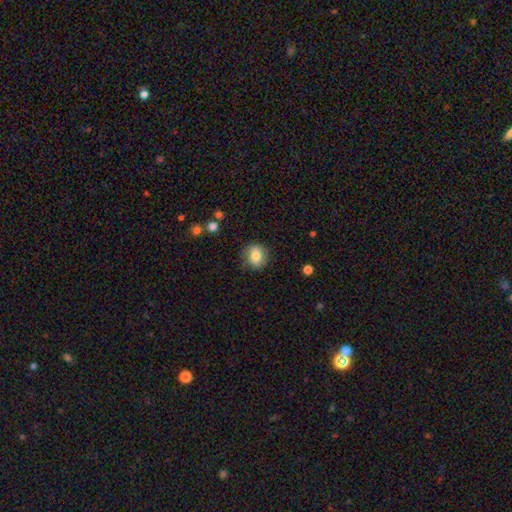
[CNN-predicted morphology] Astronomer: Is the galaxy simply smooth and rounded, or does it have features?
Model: smooth — 79%.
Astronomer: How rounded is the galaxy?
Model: round — 78%.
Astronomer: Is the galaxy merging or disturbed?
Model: none — 79%.